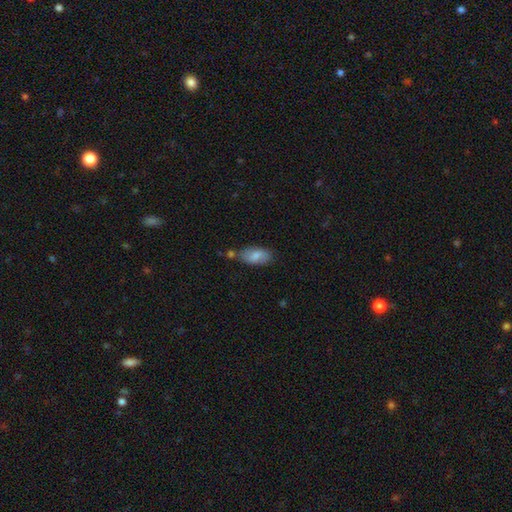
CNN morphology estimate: smooth-or-featured: smooth: 73% | featured or disk: 20% | star or artifact: 7%
  how-rounded: in between: 90% | cigar-shaped: 6% | round: 3%
  merging: none: 62% | minor disturbance: 21% | merger: 12% | major disturbance: 5%